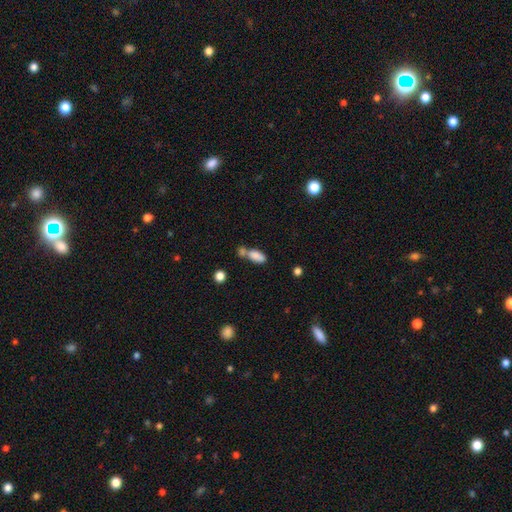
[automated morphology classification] Overall: smooth (82%). How rounded: in between (86%). Merging: merger (49%; none 33%).